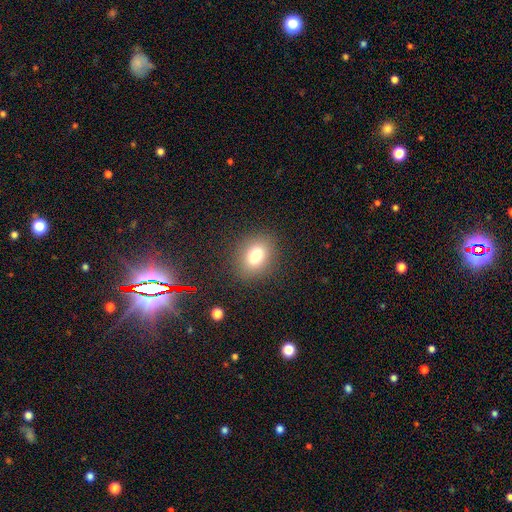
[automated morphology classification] Overall: smooth (78%). How rounded: in between (62%; round 37%). Merging: none (86%).